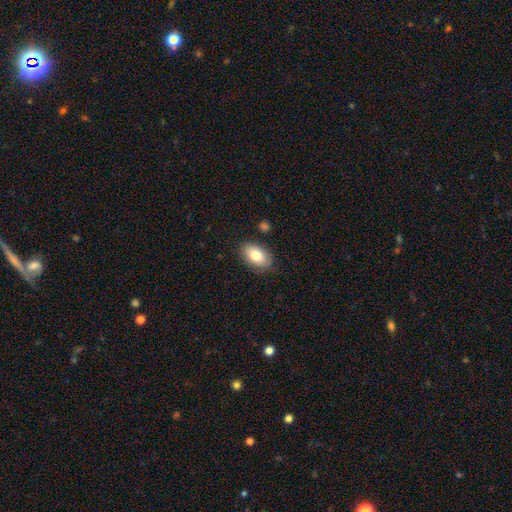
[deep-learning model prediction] Morphology: type=smooth (81%); roundness=in between (91%); merging=none (84%).